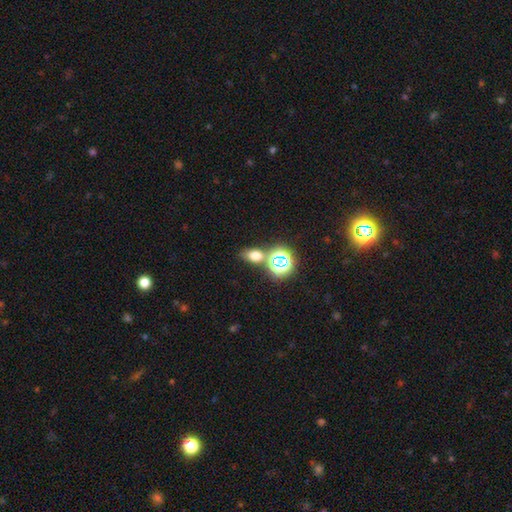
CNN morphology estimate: A smooth galaxy with no disk features (63%) that is in between round and cigar-shaped (71%).

Vote fractions:
- Smooth or featured? smooth: 63% / star or artifact: 27% / featured or disk: 10%
- How rounded? in between: 71% / round: 25% / cigar-shaped: 3%
- Merging? none: 65% / merger: 20% / minor disturbance: 11% / major disturbance: 5%